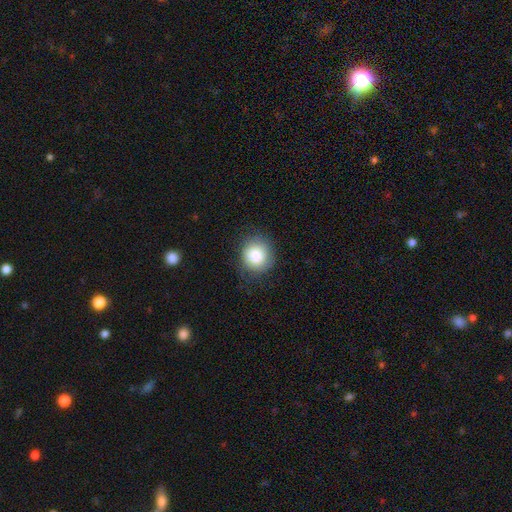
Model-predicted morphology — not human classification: This is clearly a smooth galaxy (82%). How rounded: clearly round (84%). Merging: likely none (79%).